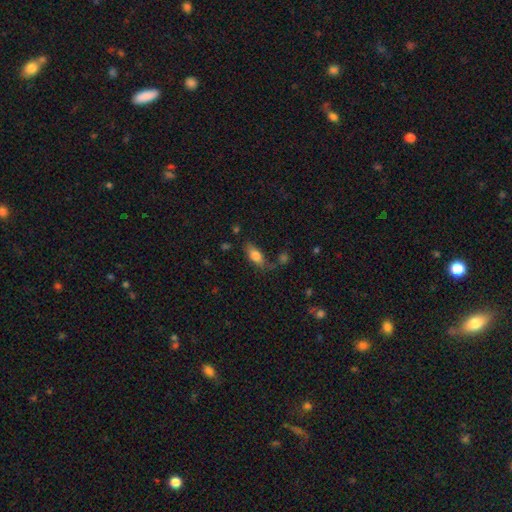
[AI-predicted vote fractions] Morphology: type=smooth (77%); roundness=in between (81%); merging=none (61%).